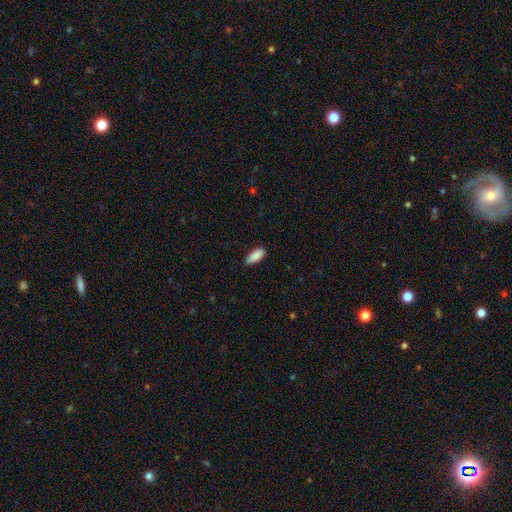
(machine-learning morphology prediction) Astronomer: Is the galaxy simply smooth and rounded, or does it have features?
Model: smooth — 89%.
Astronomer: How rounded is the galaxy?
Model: in between — 80%.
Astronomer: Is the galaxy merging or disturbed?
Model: none — 80%.